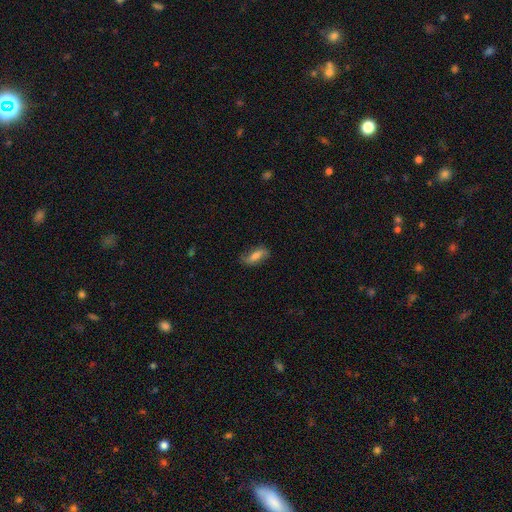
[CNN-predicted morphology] smooth 63%, featured or disk 29%, star or artifact 8%. Down the decision tree: how rounded — in between (72%); merging — none (72%).